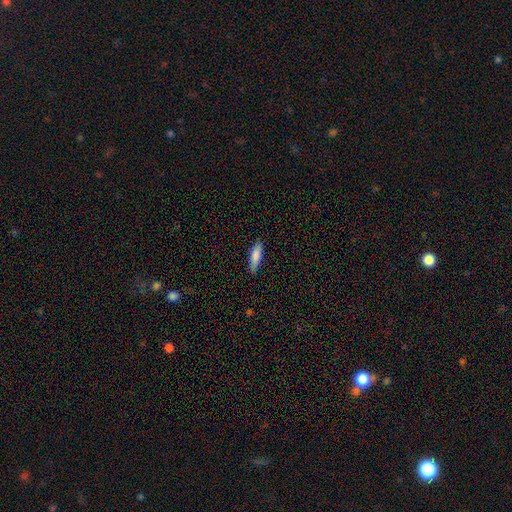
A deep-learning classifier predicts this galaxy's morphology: This appears to be a smooth galaxy with no disk features (82%) that is cigar-shaped (58%). Merging: none (85%).